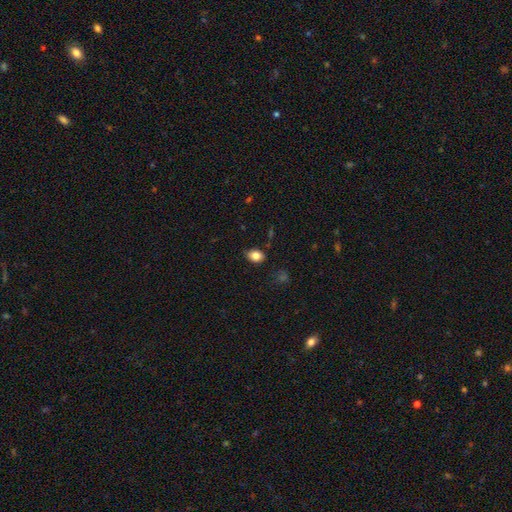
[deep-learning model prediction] Smooth or featured: smooth — 83% (star or artifact — 10%)
How rounded: in between — 74% (round — 25%)
Merging: none — 82% (minor disturbance — 14%)